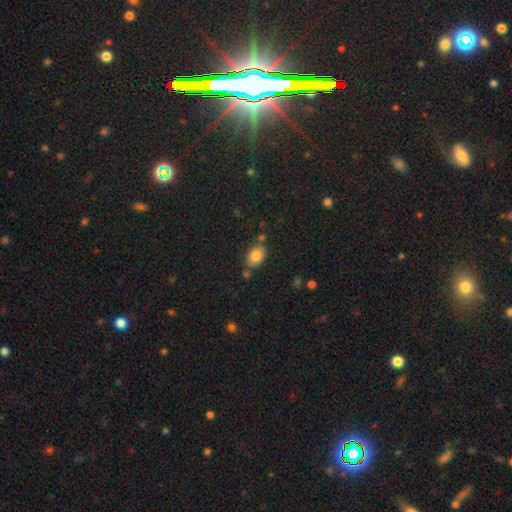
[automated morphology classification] The model was most divided on "merging": none: 72%, minor disturbance: 15%, merger: 9%, major disturbance: 4%. More confident: how rounded — in between (85%); smooth or featured — smooth (83%).